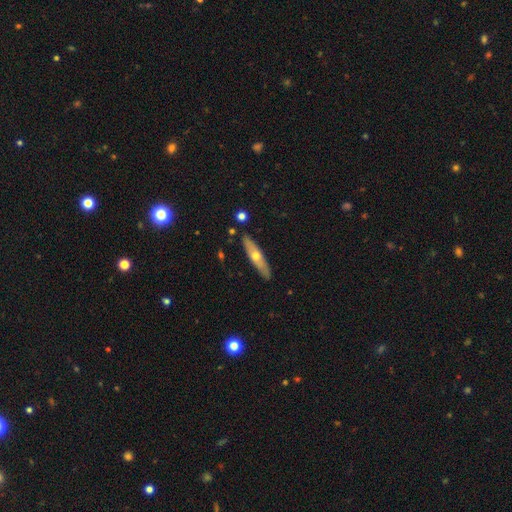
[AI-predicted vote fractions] A featured or disk galaxy (52%) viewed edge-on (77%). Merging: none (88%).